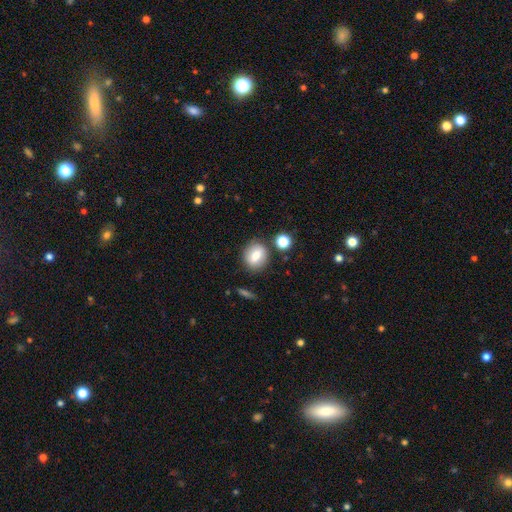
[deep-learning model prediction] This is likely a smooth galaxy (76%). How rounded: possibly round (53%). Merging: likely none (78%).